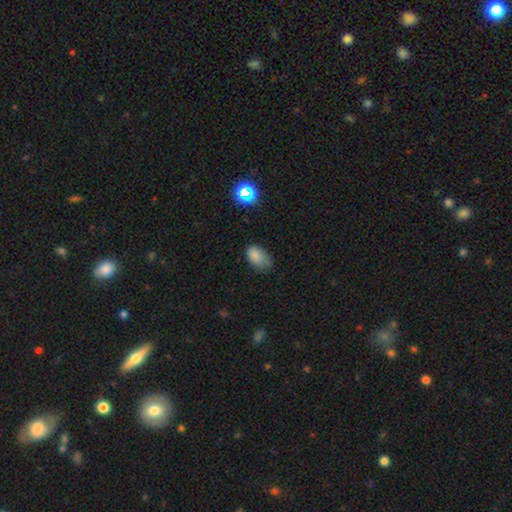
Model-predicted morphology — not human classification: type=smooth (80%); roundness=in between (88%); merging=none (52%).